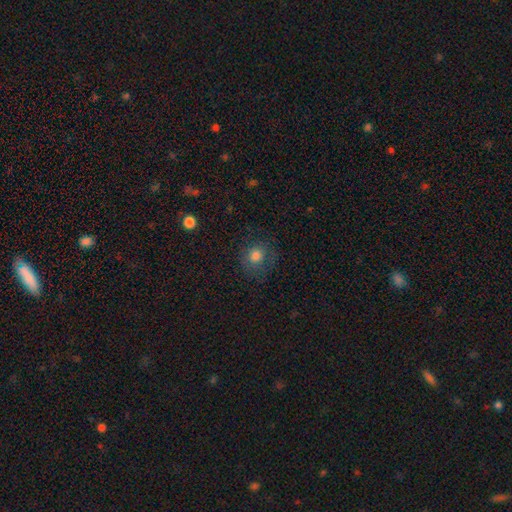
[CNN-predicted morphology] Smooth or featured? Predicted: smooth (p=0.77). How rounded? Predicted: round (p=0.84). Merging? Predicted: none (p=0.76).